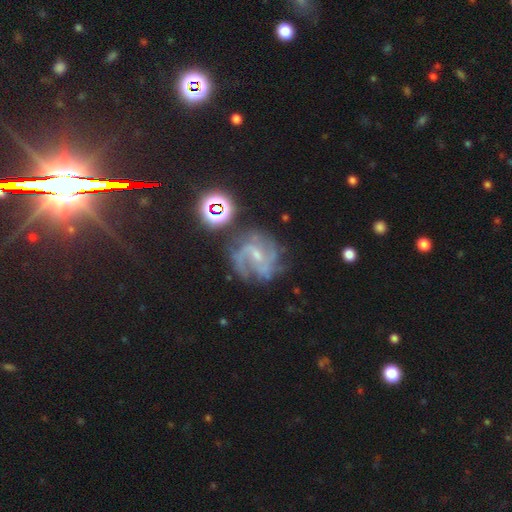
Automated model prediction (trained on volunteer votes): featured or disk 80%, star or artifact 13%, smooth 7%. Down the decision tree: edge-on disk — no (98%); bar — weak (52%); spiral arms — yes (96%); spiral arm count — 2 (38%); spiral winding — medium (53%); bulge size — small (68%); merging — none (65%).